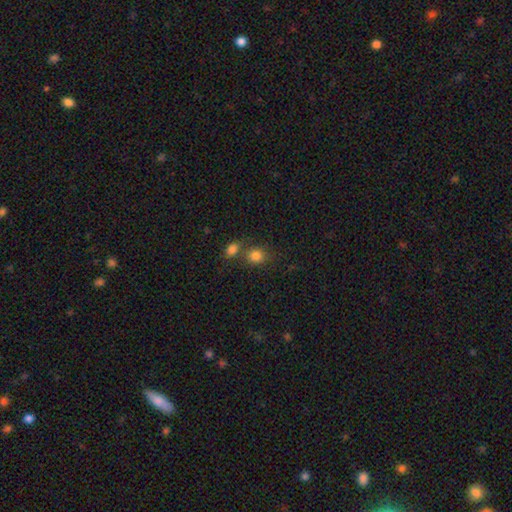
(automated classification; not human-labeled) The model was most divided on "merging": none: 54%, merger: 32%, minor disturbance: 10%, major disturbance: 4%. More confident: smooth or featured — smooth (82%); how rounded — round (68%).